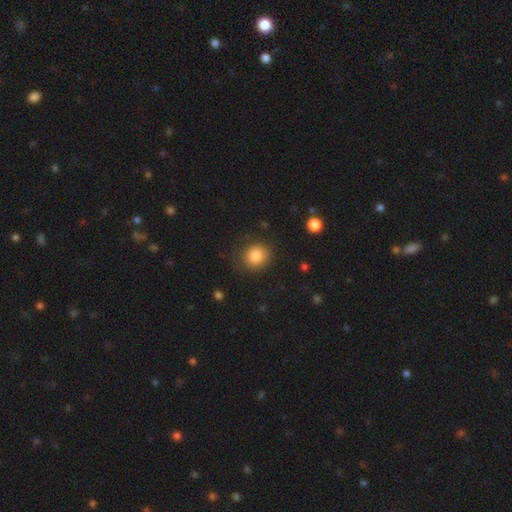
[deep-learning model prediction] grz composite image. It shows a smooth galaxy with no disk features (86%) that is round (84%). Merging: none (81%).